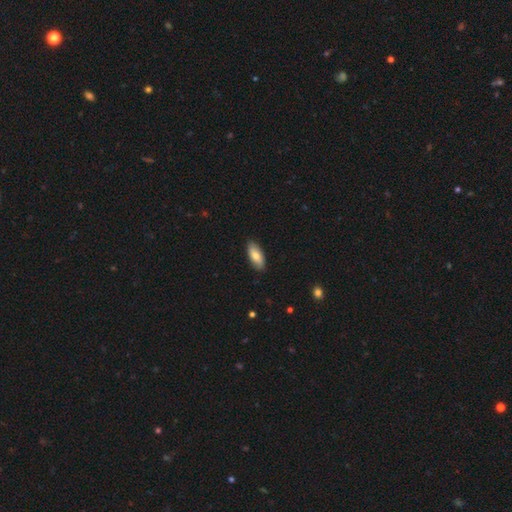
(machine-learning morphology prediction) Q: Smooth or featured?
A: smooth (78%); runner-up: featured or disk (16%)
Q: How rounded?
A: in between (84%); runner-up: cigar-shaped (14%)
Q: Merging?
A: none (88%); runner-up: minor disturbance (10%)